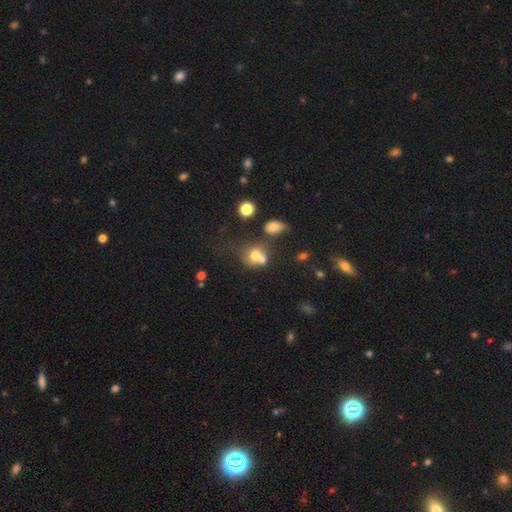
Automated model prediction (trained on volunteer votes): Smooth or featured? Predicted: smooth (p=0.67). How rounded? Predicted: round (p=0.68). Merging? Predicted: merger (p=0.47).